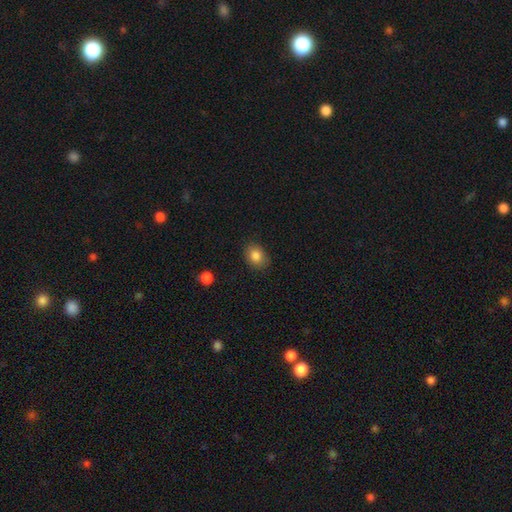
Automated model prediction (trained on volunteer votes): Smooth or featured?
  - smooth: 84% *
  - star or artifact: 9%
  - featured or disk: 7%
How rounded?
  - in between: 61% *
  - round: 38%
  - cigar-shaped: 1%
Merging?
  - none: 83% *
  - minor disturbance: 13%
  - major disturbance: 3%
  - merger: 1%